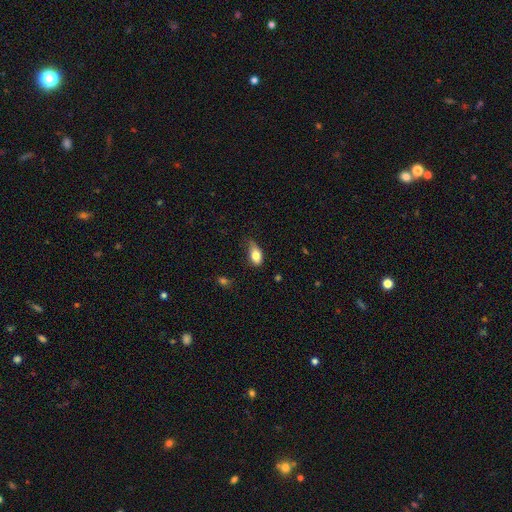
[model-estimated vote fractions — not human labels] This is likely a smooth galaxy (79%). How rounded: clearly in between (86%). Merging: marginally minor disturbance (44%).